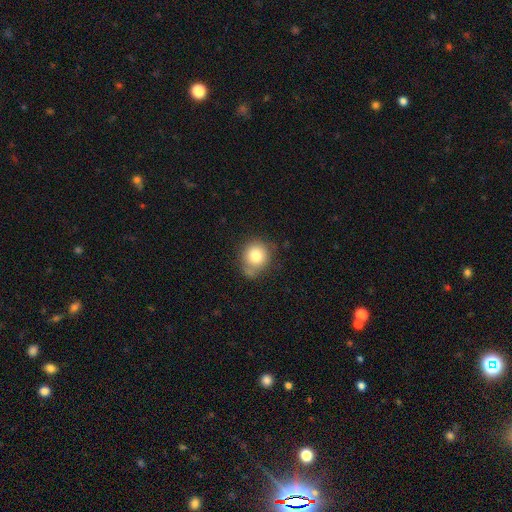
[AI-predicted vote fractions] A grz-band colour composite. It shows a smooth galaxy with no disk features (80%) that is round (80%). Merging: none (58%).